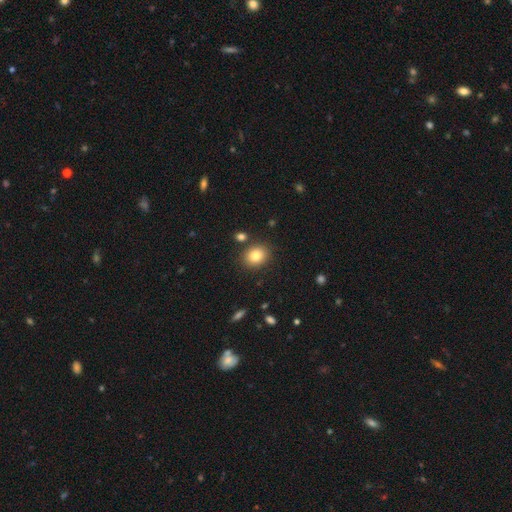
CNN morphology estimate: Smooth or featured: smooth — 81% (star or artifact — 10%)
How rounded: round — 62% (in between — 37%)
Merging: none — 85% (minor disturbance — 8%)